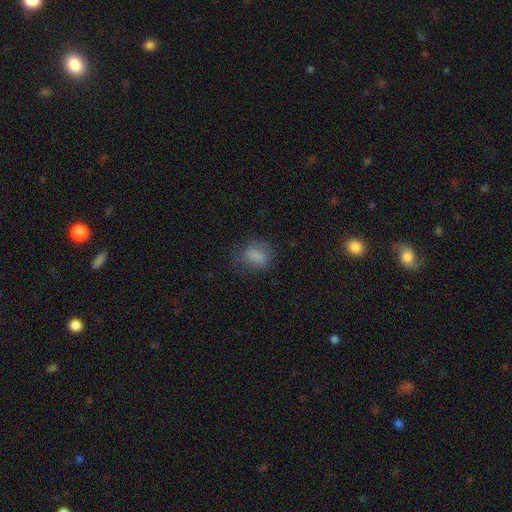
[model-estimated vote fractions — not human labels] Overall: smooth (80%). How rounded: in between (60%; round 39%). Merging: none (64%).